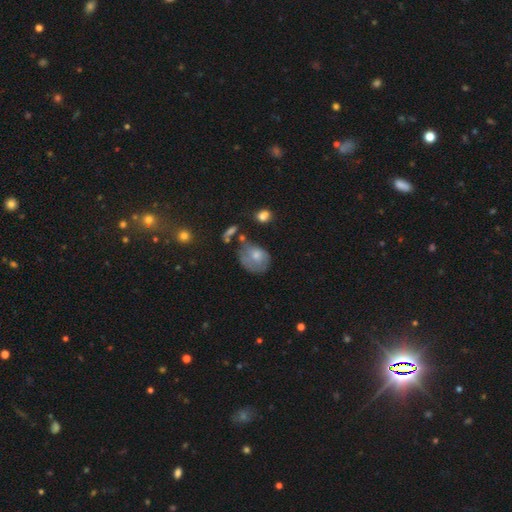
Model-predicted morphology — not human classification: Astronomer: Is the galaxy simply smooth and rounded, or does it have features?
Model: smooth — 60%.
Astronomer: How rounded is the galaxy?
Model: in between — 51% (runner-up: round, 48%).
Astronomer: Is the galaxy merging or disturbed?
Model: none — 37% (runner-up: minor disturbance, 33%).